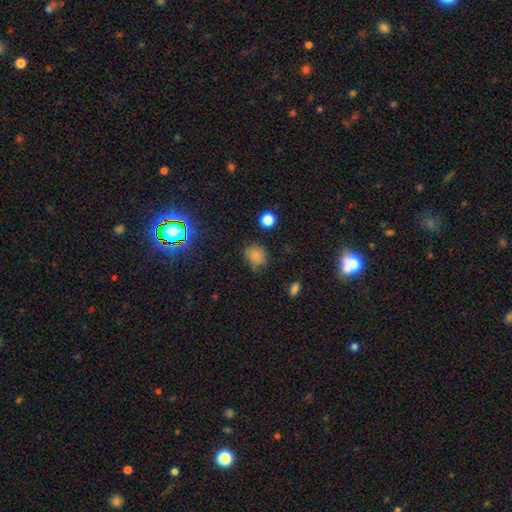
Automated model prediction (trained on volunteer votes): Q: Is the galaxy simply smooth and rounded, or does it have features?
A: smooth — 77%.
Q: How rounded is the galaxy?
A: round — 71%.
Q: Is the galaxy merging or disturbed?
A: none — 69%.